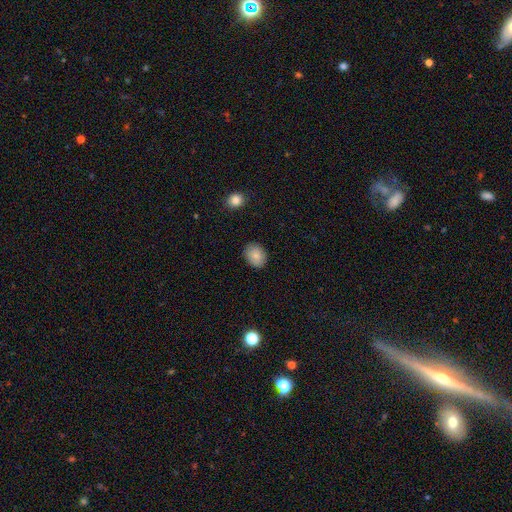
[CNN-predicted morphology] smooth-or-featured: smooth: 85% | star or artifact: 8% | featured or disk: 7%
  how-rounded: in between: 64% | round: 35% | cigar-shaped: 1%
  merging: none: 86% | minor disturbance: 10% | major disturbance: 2% | merger: 1%